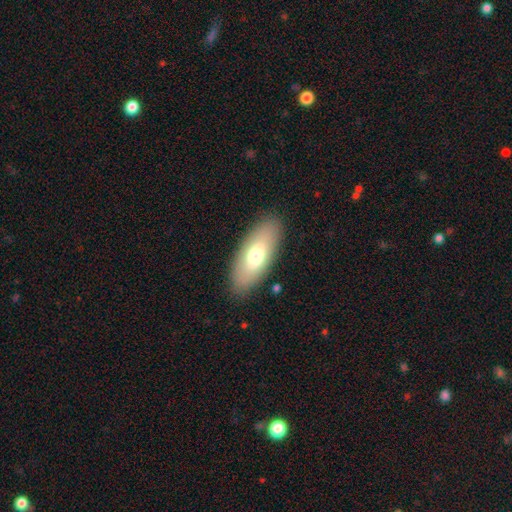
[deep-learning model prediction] Smooth or featured? smooth (68%)
How rounded? in between (82%)
Merging? none (87%)